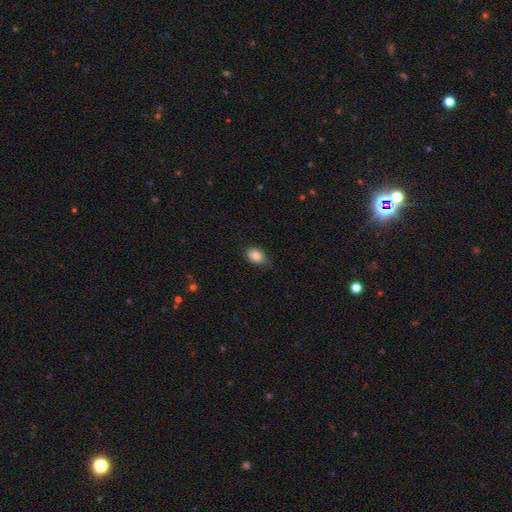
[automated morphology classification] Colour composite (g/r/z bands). It shows a smooth galaxy with no disk features (85%) that is in between round and cigar-shaped (81%). Merging: none (78%).